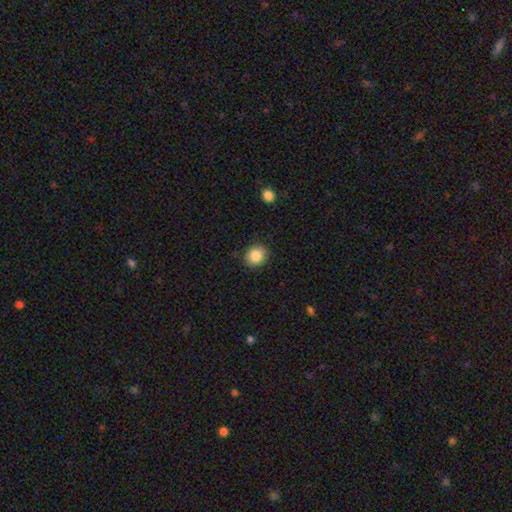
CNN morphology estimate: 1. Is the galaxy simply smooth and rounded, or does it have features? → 86% smooth, 9% star or artifact, 5% featured or disk.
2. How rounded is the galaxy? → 74% round, 25% in between, 1% cigar-shaped.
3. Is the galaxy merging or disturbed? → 88% none, 8% minor disturbance, 2% major disturbance, 1% merger.